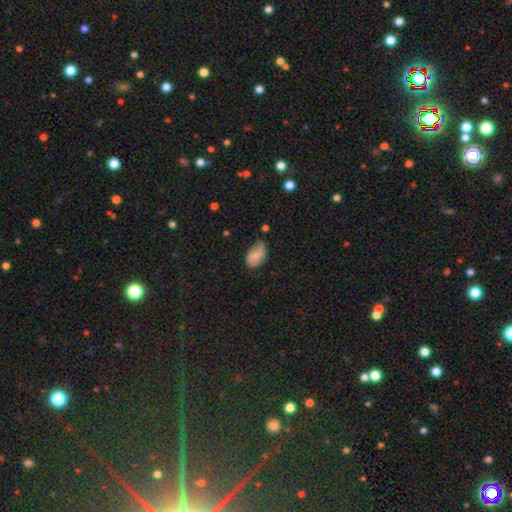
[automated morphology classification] A smooth galaxy with no disk features (67%) that is in between round and cigar-shaped (92%).

Vote fractions:
- Smooth or featured? smooth: 67% / featured or disk: 24% / star or artifact: 9%
- How rounded? in between: 92% / round: 6% / cigar-shaped: 2%
- Merging? none: 56% / minor disturbance: 33% / major disturbance: 7% / merger: 3%